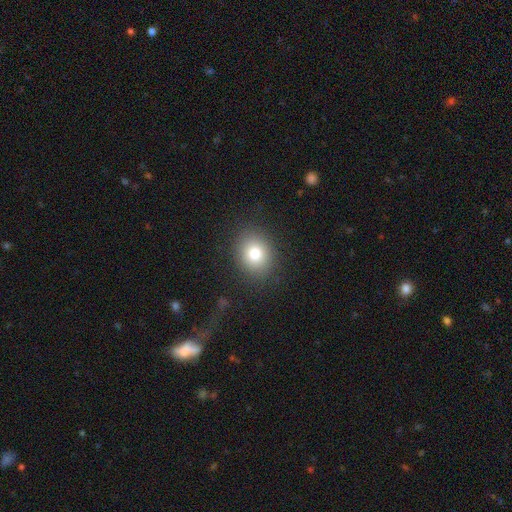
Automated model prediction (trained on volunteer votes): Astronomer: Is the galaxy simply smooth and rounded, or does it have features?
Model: smooth — 80%.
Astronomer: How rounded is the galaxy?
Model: round — 65%.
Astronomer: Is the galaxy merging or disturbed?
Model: none — 87%.